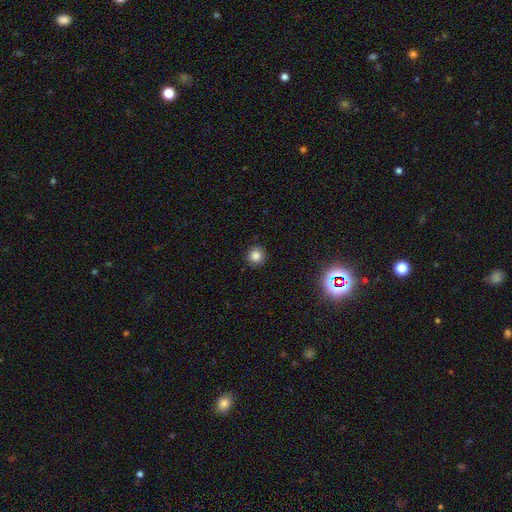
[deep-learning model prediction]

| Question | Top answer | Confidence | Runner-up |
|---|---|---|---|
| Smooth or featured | smooth | 82% | star or artifact (13%) |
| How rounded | round | 92% | in between (7%) |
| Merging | none | 91% | minor disturbance (6%) |